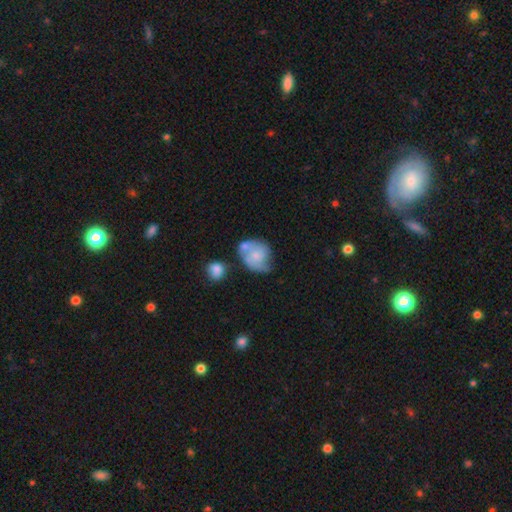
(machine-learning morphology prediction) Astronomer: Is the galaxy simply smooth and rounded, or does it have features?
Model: smooth — 53% (runner-up: featured or disk, 39%).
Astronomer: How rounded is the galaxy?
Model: round — 54% (runner-up: in between, 45%).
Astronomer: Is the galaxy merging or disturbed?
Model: none — 33% (runner-up: minor disturbance, 27%).